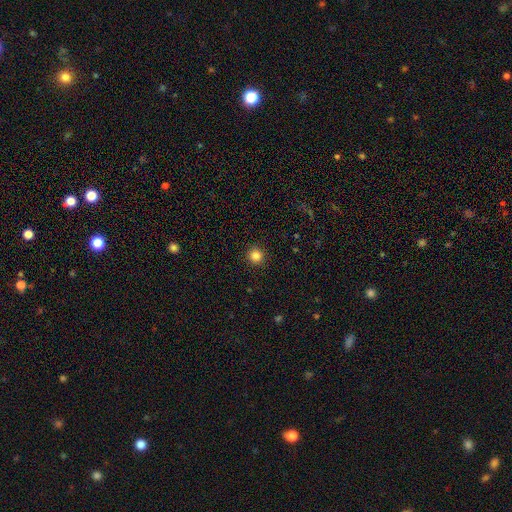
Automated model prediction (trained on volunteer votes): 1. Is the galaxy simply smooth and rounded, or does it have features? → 85% smooth, 12% star or artifact, 4% featured or disk.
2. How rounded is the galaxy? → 95% round, 5% in between, 1% cigar-shaped.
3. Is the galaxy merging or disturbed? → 92% none, 5% minor disturbance, 2% major disturbance, 1% merger.